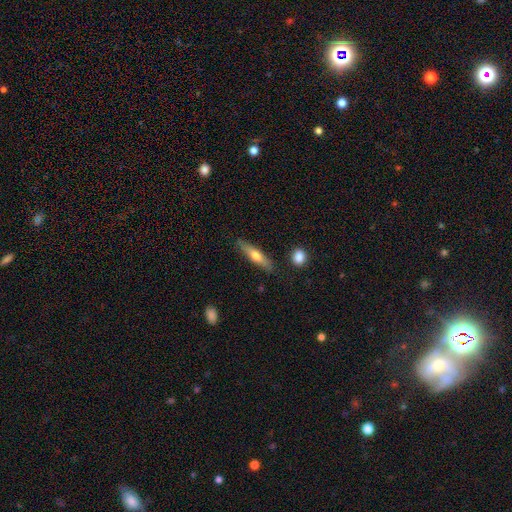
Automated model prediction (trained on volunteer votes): smooth-or-featured: smooth: 53% | featured or disk: 40% | star or artifact: 6%
  how-rounded: cigar-shaped: 77% | in between: 21% | round: 2%
  merging: none: 81% | minor disturbance: 13% | merger: 3% | major disturbance: 3%